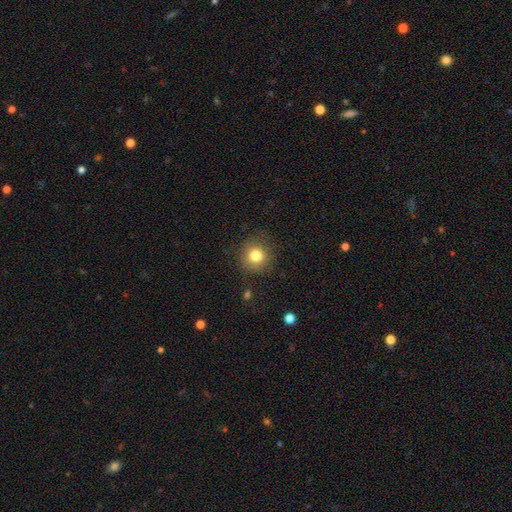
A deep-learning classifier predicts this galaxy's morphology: smooth-or-featured: smooth: 81% | star or artifact: 11% | featured or disk: 8%
  how-rounded: round: 92% | in between: 7% | cigar-shaped: 1%
  merging: none: 85% | minor disturbance: 10% | major disturbance: 4% | merger: 1%